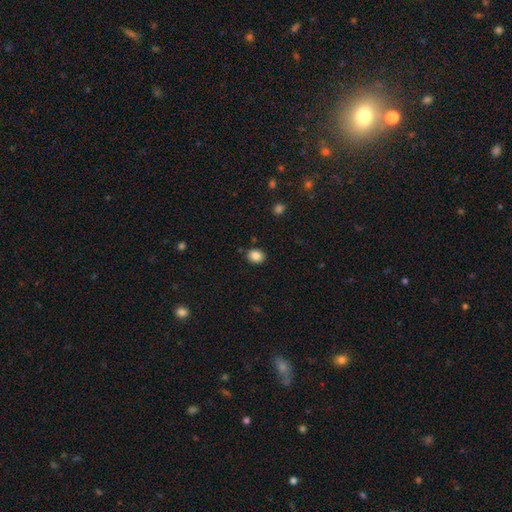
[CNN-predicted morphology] type=smooth (85%); roundness=round (54%); merging=none (86%).